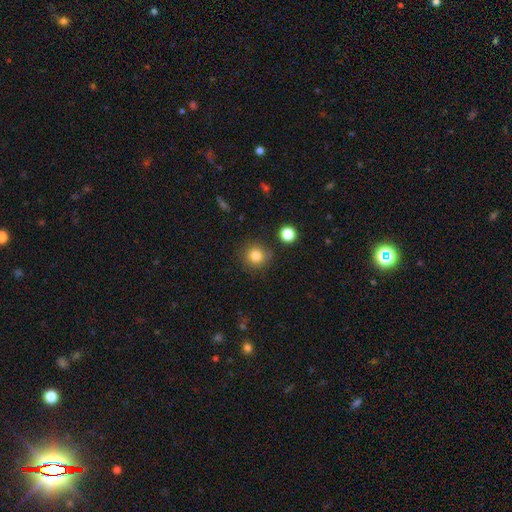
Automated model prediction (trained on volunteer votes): Smooth or featured? smooth (82%)
How rounded? round (92%)
Merging? none (84%)